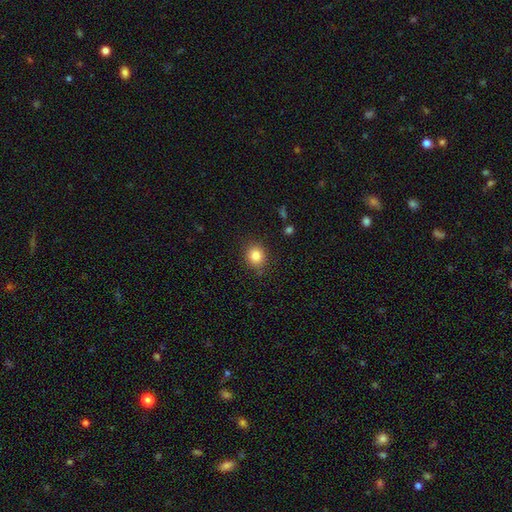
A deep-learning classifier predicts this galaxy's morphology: The model was most divided on "how rounded": round: 80%, in between: 19%, cigar-shaped: 1%. More confident: merging — none (86%); smooth or featured — smooth (83%).